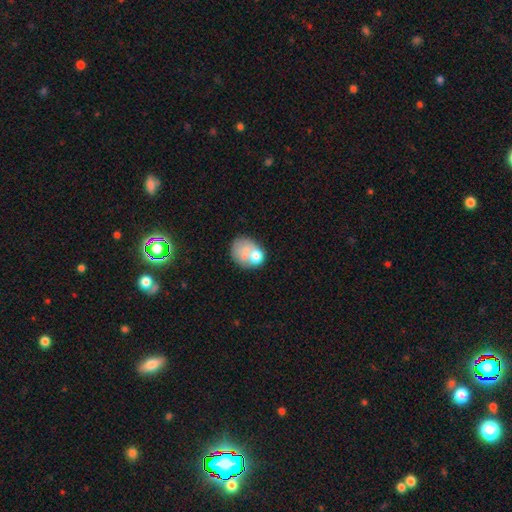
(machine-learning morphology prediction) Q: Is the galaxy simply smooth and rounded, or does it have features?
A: smooth — 62%.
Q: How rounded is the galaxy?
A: in between — 52%.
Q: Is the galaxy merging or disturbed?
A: none — 39%.